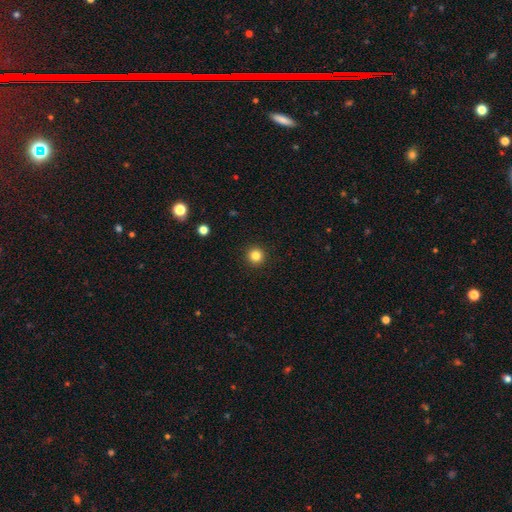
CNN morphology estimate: This is clearly a smooth galaxy (83%). How rounded: clearly round (96%). Merging: clearly none (93%).